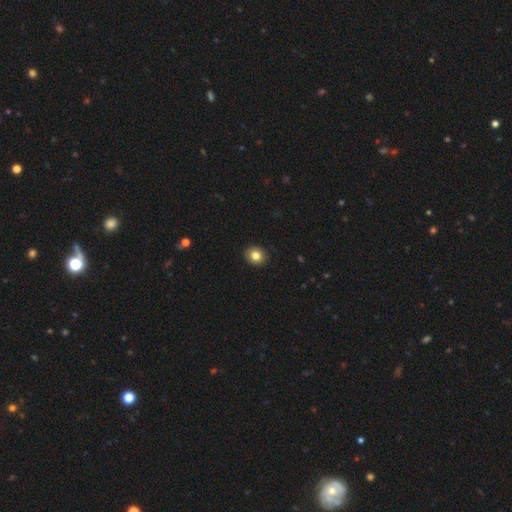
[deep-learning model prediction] The model was most divided on "how rounded": round: 70%, in between: 29%, cigar-shaped: 1%. More confident: merging — none (92%); smooth or featured — smooth (82%).